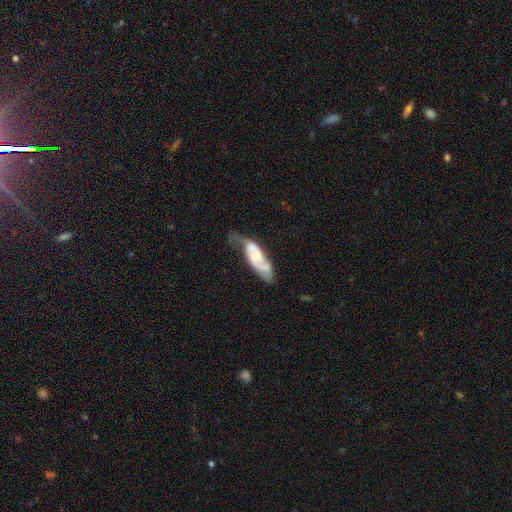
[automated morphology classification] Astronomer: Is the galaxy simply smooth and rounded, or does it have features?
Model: featured or disk — 66%.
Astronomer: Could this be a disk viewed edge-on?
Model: no — 87%.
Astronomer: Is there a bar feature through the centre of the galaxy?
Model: no — 55% (runner-up: weak, 34%).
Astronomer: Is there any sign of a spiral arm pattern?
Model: yes — 86%.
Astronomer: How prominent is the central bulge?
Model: small — 35% (runner-up: none, 30%).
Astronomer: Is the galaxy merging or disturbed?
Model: none — 36% (runner-up: minor disturbance, 33%).